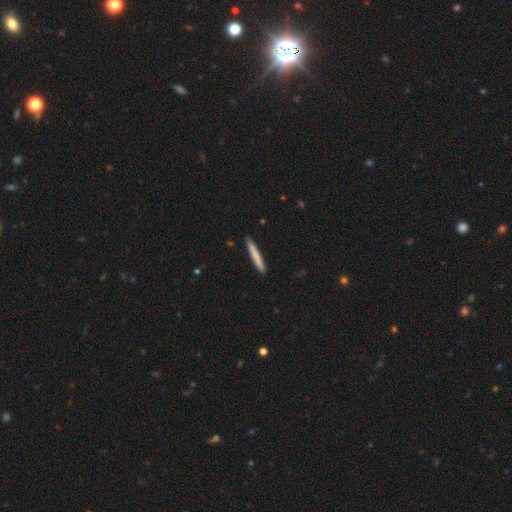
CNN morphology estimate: smooth-or-featured: smooth: 77% | featured or disk: 18% | star or artifact: 6%
  how-rounded: cigar-shaped: 96% | in between: 3% | round: 1%
  merging: none: 91% | minor disturbance: 6% | major disturbance: 1% | merger: 1%